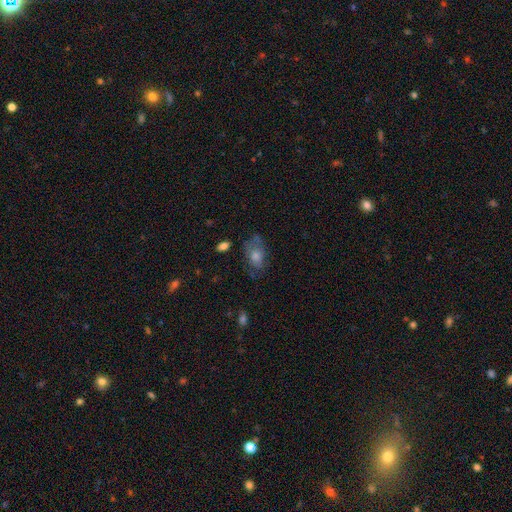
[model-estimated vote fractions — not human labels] The model was most divided on "smooth or featured": smooth: 50%, featured or disk: 34%, star or artifact: 16%. More confident: merging — none (64%).